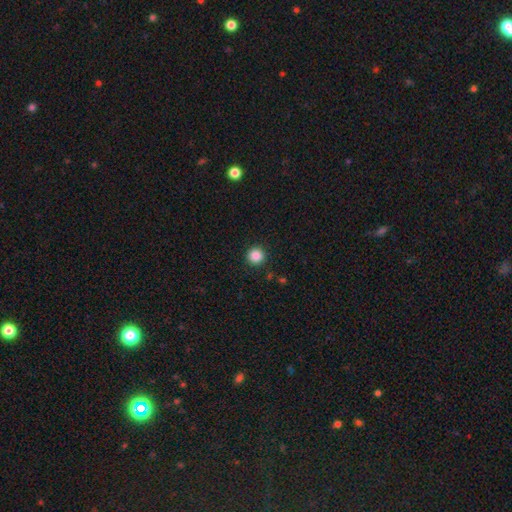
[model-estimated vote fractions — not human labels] A smooth galaxy with no disk features (86%) that is round (95%). Merging: none (91%).